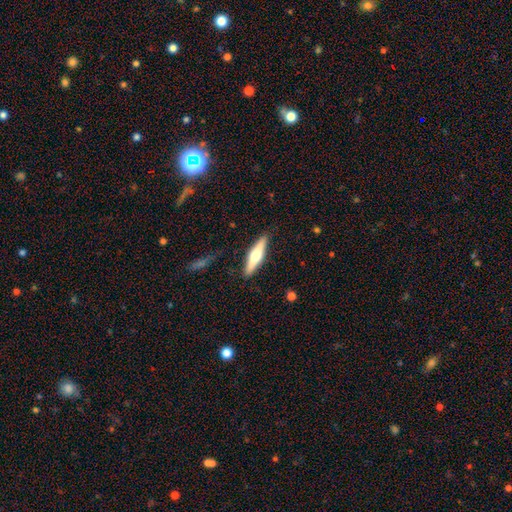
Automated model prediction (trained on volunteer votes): smooth-or-featured: featured or disk: 55% | smooth: 40% | star or artifact: 5%
  disk-edge-on: yes: 95% | no: 5%
    edge-on-bulge: rounded: 92% | boxy: 4% | none: 3%
  merging: none: 88% | minor disturbance: 8% | major disturbance: 2% | merger: 1%